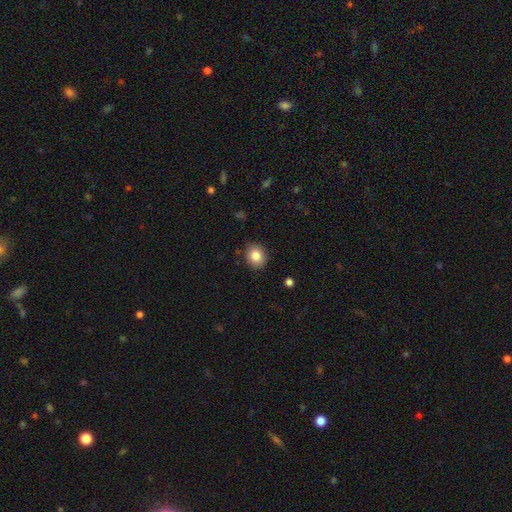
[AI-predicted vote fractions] Smooth or featured?
  - smooth: 84% *
  - star or artifact: 9%
  - featured or disk: 7%
How rounded?
  - round: 68% *
  - in between: 31%
  - cigar-shaped: 1%
Merging?
  - none: 88% *
  - minor disturbance: 9%
  - major disturbance: 2%
  - merger: 1%